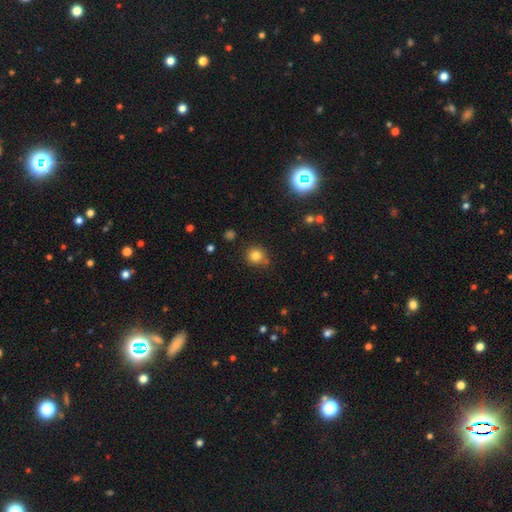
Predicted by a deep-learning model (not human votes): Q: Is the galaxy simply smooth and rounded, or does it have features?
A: smooth — 81%.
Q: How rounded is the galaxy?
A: round — 89%.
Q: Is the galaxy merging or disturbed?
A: none — 76%.